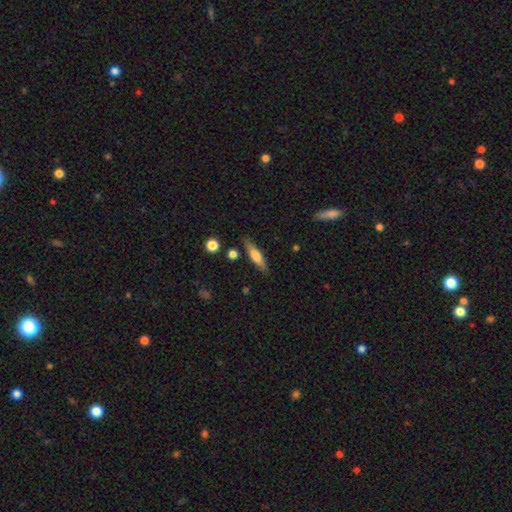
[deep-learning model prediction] This appears to be a smooth galaxy with no disk features (55%) that is cigar-shaped (73%). Merging: none (82%).